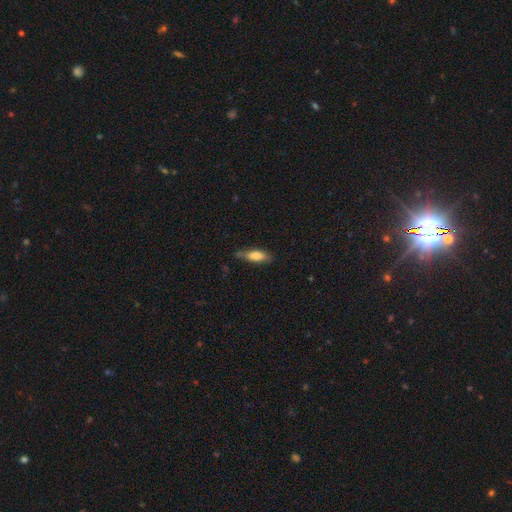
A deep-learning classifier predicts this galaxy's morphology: type=smooth (72%); roundness=in between (52%); merging=none (69%).